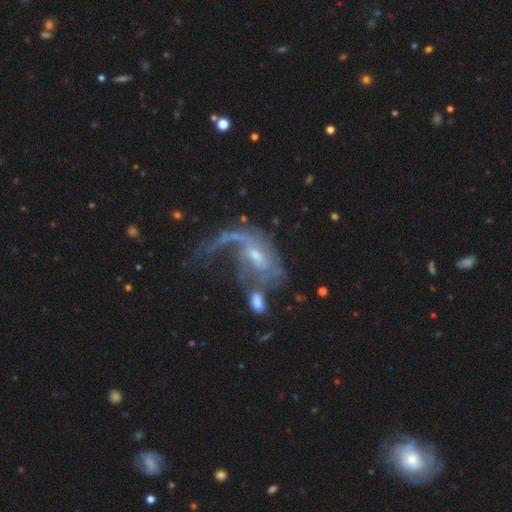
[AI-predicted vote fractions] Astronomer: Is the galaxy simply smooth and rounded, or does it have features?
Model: featured or disk — 80%.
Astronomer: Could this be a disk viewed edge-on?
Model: no — 94%.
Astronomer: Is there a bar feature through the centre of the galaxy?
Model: weak — 44% (runner-up: no, 42%).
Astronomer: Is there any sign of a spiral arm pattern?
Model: yes — 83%.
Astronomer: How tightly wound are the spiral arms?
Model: loose — 68%.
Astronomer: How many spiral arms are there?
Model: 1 — 51% (runner-up: 2, 28%).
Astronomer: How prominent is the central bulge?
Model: small — 56% (runner-up: moderate, 35%).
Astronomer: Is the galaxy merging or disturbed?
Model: major disturbance — 39% (runner-up: merger, 27%).